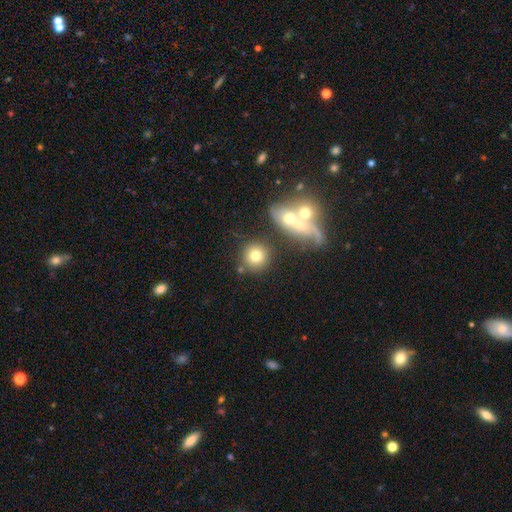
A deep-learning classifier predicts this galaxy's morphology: type=smooth (75%); roundness=round (90%); merging=none (70%).